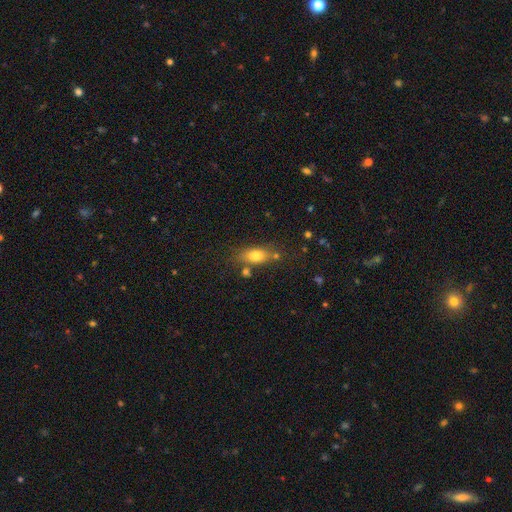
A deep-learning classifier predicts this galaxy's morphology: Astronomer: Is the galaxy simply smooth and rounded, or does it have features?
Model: smooth — 76%.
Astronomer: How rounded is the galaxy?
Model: in between — 77%.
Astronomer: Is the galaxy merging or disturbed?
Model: none — 69%.